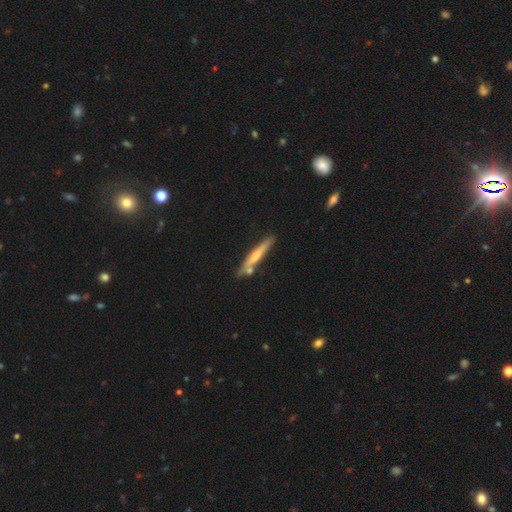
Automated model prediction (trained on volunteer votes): smooth-or-featured: smooth: 50% | featured or disk: 45% | star or artifact: 5%
  merging: none: 71% | minor disturbance: 14% | merger: 12% | major disturbance: 3%